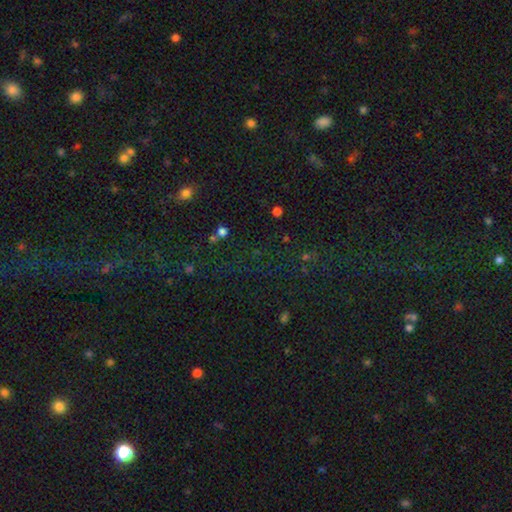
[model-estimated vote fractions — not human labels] star or artifact 68%, smooth 22%, featured or disk 10%.